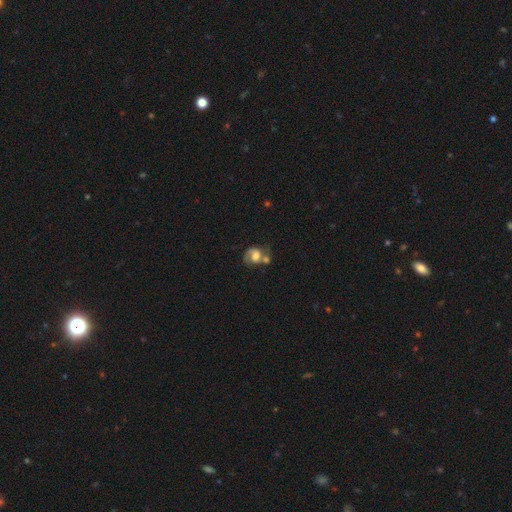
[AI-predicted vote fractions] smooth-or-featured: featured or disk: 59% | smooth: 32% | star or artifact: 9%
  disk-edge-on: no: 97% | yes: 3%
    bar: no: 56% | weak: 35% | strong: 10%
    has-spiral-arms: yes: 83% | no: 17%
    bulge-size: moderate: 37% | large: 33% | small: 15% | none: 10% | dominant: 4%
  merging: merger: 39% | none: 31% | minor disturbance: 16% | major disturbance: 15%